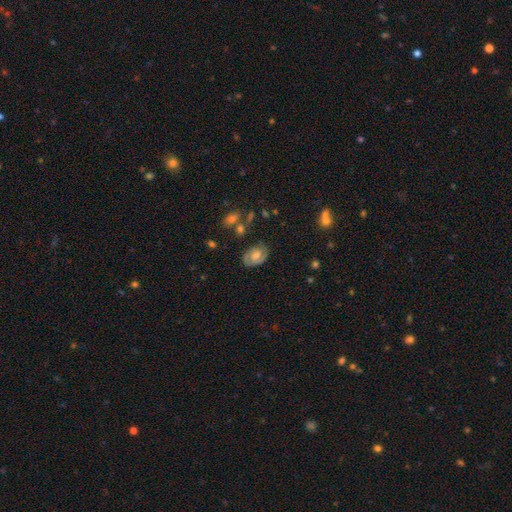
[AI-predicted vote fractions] Smooth or featured?
  - featured or disk: 59% *
  - smooth: 33%
  - star or artifact: 8%
Edge-on disk?
  - no: 96% *
  - yes: 4%
Bar?
  - no: 54% *
  - weak: 38%
  - strong: 8%
Spiral arms?
  - yes: 81% *
  - no: 19%
Bulge size?
  - moderate: 43% *
  - small: 22%
  - large: 20%
  - none: 13%
  - dominant: 2%
Merging?
  - none: 72% *
  - minor disturbance: 18%
  - major disturbance: 7%
  - merger: 3%